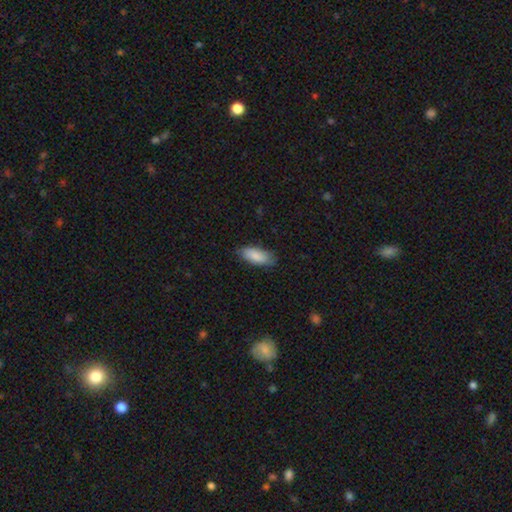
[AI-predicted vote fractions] Smooth or featured? Predicted: smooth (p=0.87). How rounded? Predicted: in between (p=0.85). Merging? Predicted: none (p=0.79).